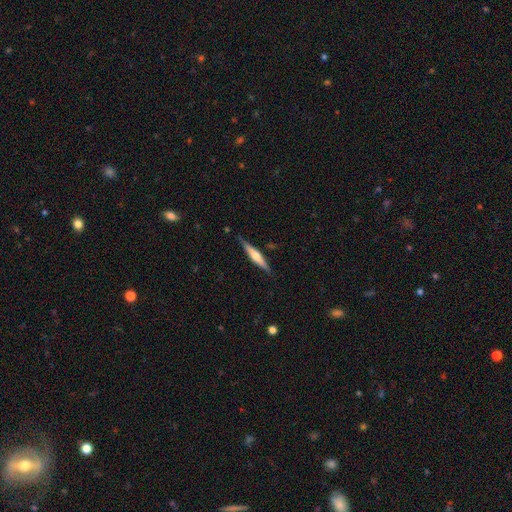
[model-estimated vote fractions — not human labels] smooth-or-featured: featured or disk: 63% | smooth: 31% | star or artifact: 6%
  disk-edge-on: yes: 97% | no: 3%
    edge-on-bulge: rounded: 83% | boxy: 10% | none: 7%
  merging: none: 86% | minor disturbance: 10% | major disturbance: 2% | merger: 2%